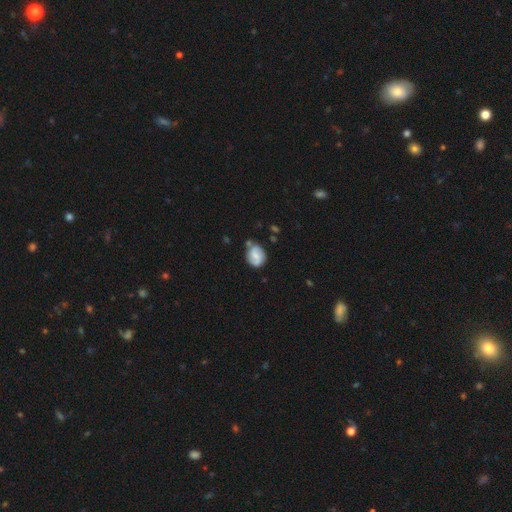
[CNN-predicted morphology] Smooth or featured? featured or disk (54%)
Edge-on disk? no (97%)
Bar? weak (46%)
Spiral arms? yes (87%)
Bulge size? small (48%)
Merging? none (68%)